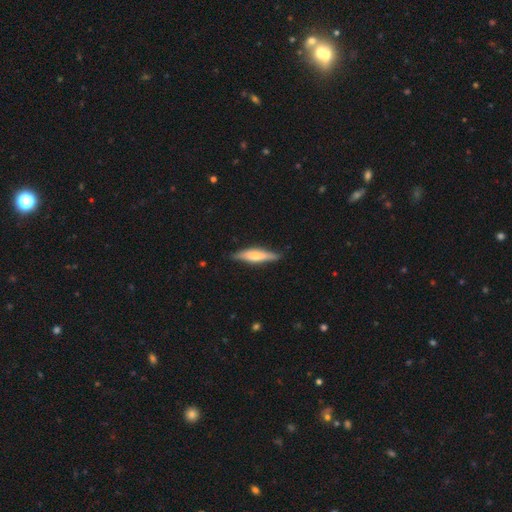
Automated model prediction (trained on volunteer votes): Overall: smooth (47%, tied with featured or disk). Merging: none (84%).